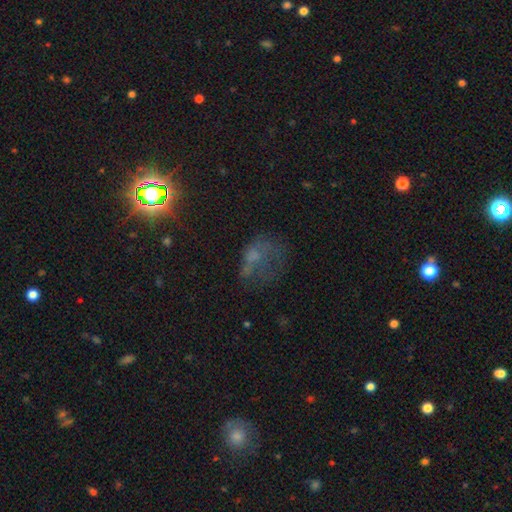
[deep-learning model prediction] Smooth or featured?
  - smooth: 39% *
  - featured or disk: 35%
  - star or artifact: 25%
Merging?
  - major disturbance: 46% *
  - none: 28%
  - minor disturbance: 19%
  - merger: 7%